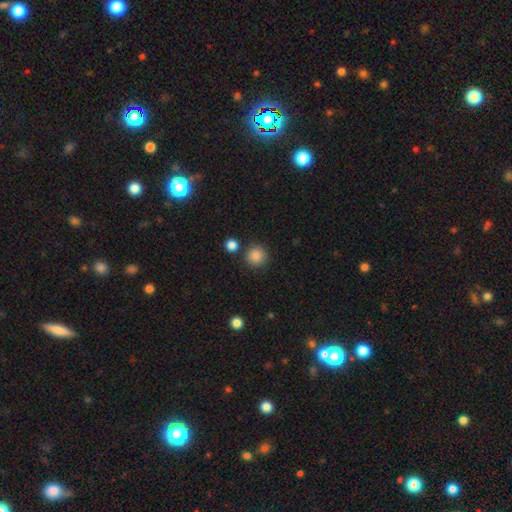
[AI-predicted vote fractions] The model was most divided on "smooth or featured": smooth: 86%, star or artifact: 10%, featured or disk: 4%. More confident: how rounded — round (94%); merging — none (85%).